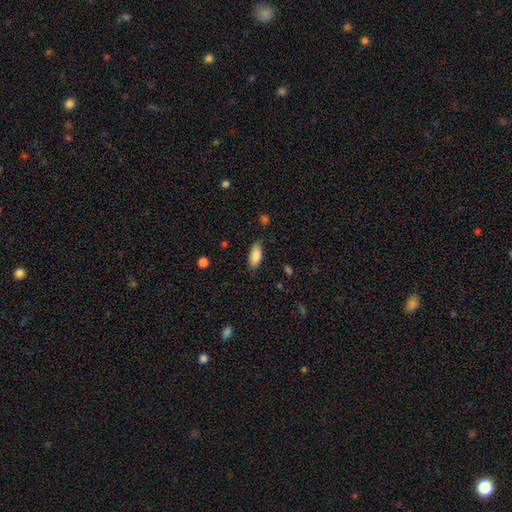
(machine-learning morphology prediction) A smooth galaxy with no disk features (87%) that is in between round and cigar-shaped (84%).

Vote fractions:
- Smooth or featured? smooth: 87% / star or artifact: 7% / featured or disk: 6%
- How rounded? in between: 84% / cigar-shaped: 15% / round: 2%
- Merging? none: 82% / minor disturbance: 14% / major disturbance: 3% / merger: 1%